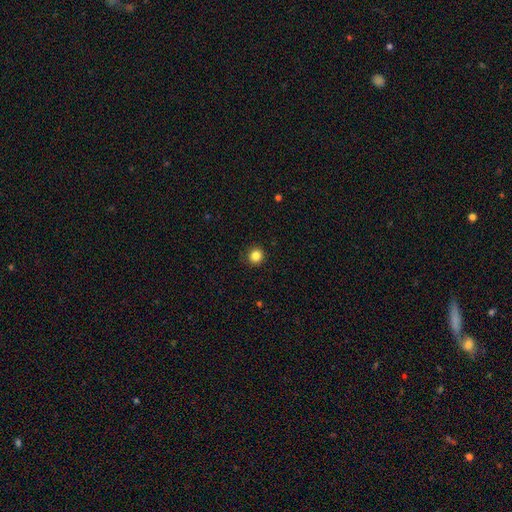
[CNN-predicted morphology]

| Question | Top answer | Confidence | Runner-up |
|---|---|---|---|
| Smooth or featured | smooth | 84% | star or artifact (11%) |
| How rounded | round | 90% | in between (9%) |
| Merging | none | 91% | minor disturbance (6%) |